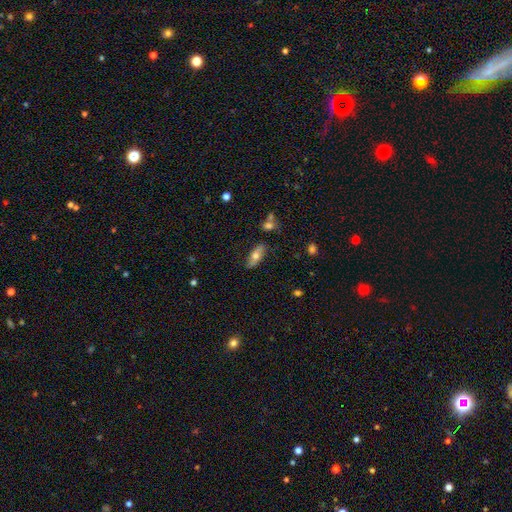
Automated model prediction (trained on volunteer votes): Overall: smooth (59%; featured or disk 34%). How rounded: in between (73%). Merging: none (77%).